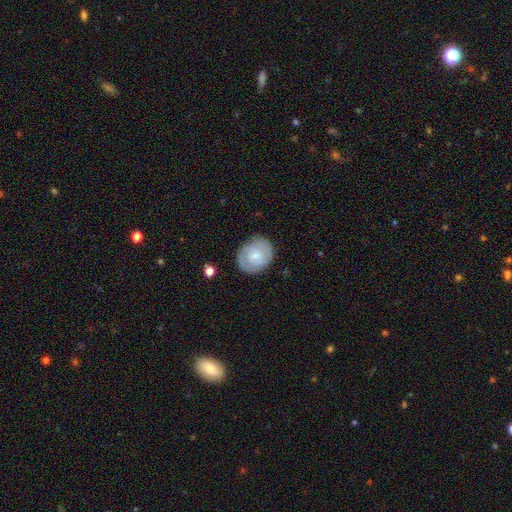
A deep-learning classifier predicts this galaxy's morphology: Smooth or featured? Predicted: featured or disk (p=0.52). Edge-on disk? Predicted: no (p=0.97). Bar? Predicted: no (p=0.49). Spiral arms? Predicted: yes (p=0.78). Bulge size? Predicted: small (p=0.51). Merging? Predicted: none (p=0.80).